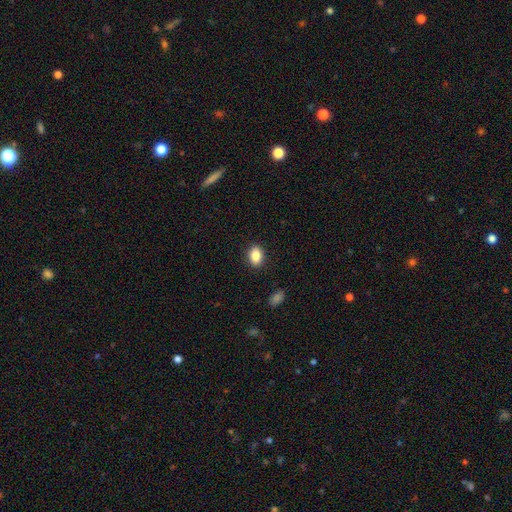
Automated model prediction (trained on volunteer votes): This is clearly a smooth galaxy (86%). How rounded: clearly in between (80%). Merging: clearly none (89%).